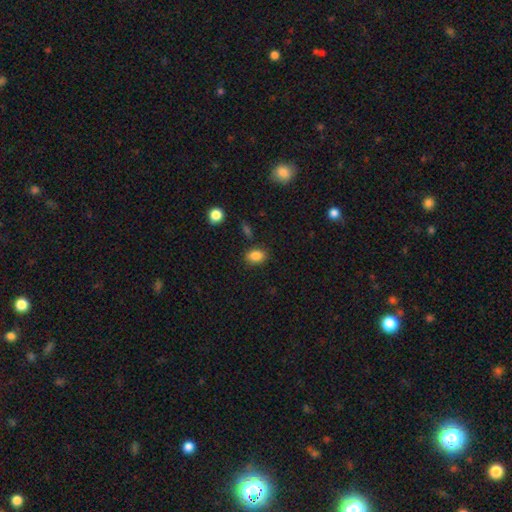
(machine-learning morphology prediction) Smooth or featured?
  - smooth: 85% *
  - star or artifact: 10%
  - featured or disk: 5%
How rounded?
  - in between: 72% *
  - round: 27%
  - cigar-shaped: 1%
Merging?
  - none: 82% *
  - minor disturbance: 11%
  - merger: 3%
  - major disturbance: 3%